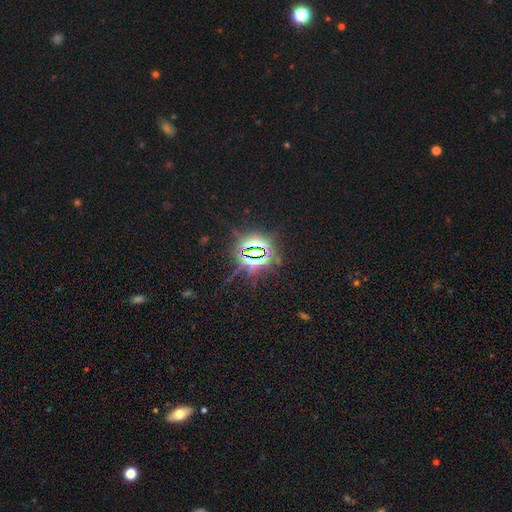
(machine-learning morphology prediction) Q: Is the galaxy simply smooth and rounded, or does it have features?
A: star or artifact — 82%.